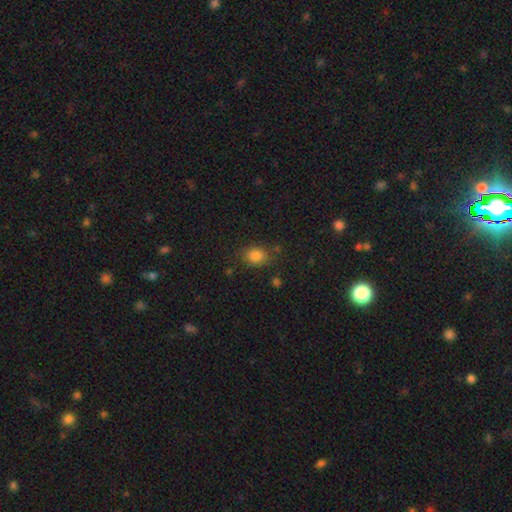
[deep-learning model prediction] Morphology: type=smooth (82%); roundness=round (57%); merging=none (77%).